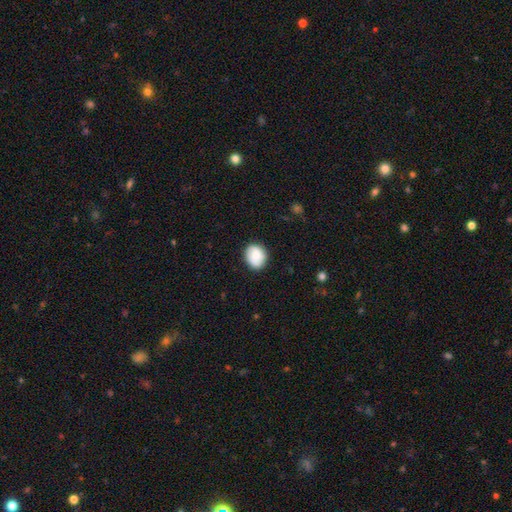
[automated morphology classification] Q: Smooth or featured?
A: smooth (77%); runner-up: featured or disk (15%)
Q: How rounded?
A: round (56%); runner-up: in between (43%)
Q: Merging?
A: none (82%); runner-up: minor disturbance (14%)